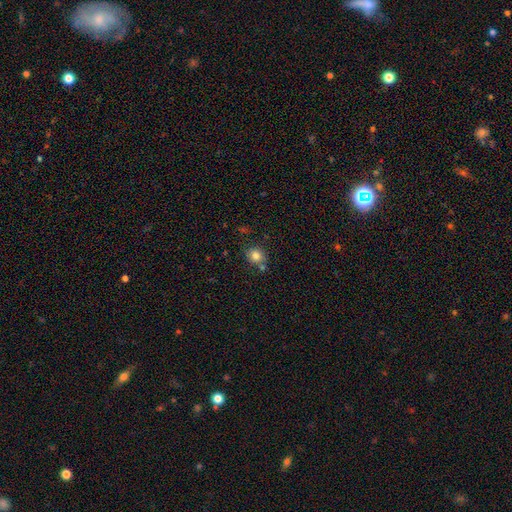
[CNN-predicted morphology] Smooth or featured?
  - smooth: 81% *
  - star or artifact: 11%
  - featured or disk: 8%
How rounded?
  - round: 77% *
  - in between: 22%
  - cigar-shaped: 1%
Merging?
  - none: 68% *
  - merger: 15%
  - minor disturbance: 13%
  - major disturbance: 4%